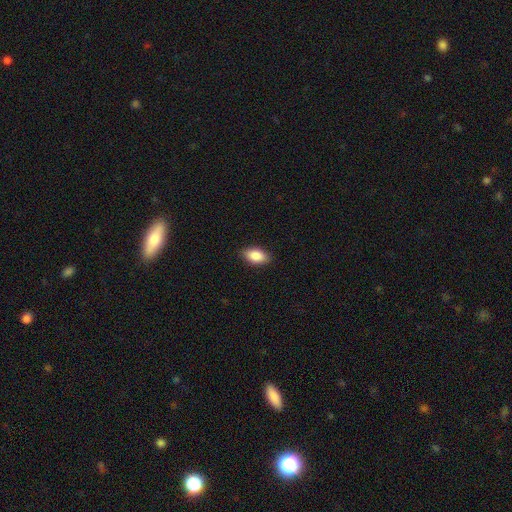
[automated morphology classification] Overall: smooth (87%). How rounded: in between (92%). Merging: none (88%).